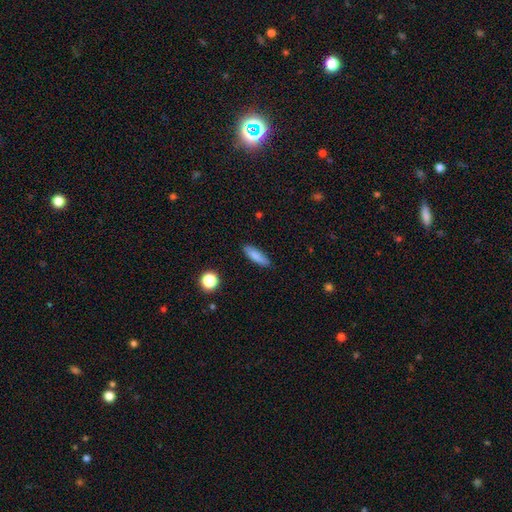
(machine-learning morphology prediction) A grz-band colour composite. It shows a smooth galaxy with no disk features (82%) that is cigar-shaped (54%). Merging: none (86%).